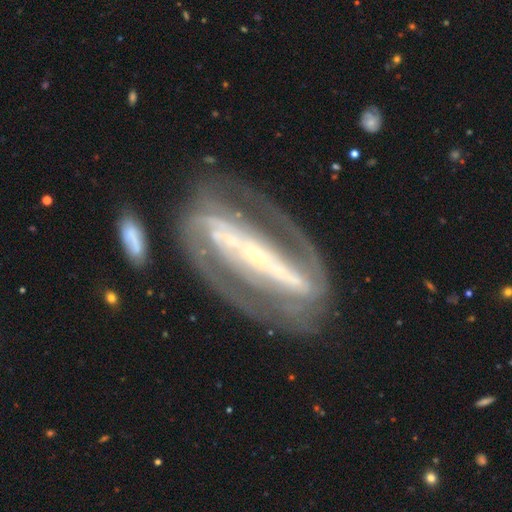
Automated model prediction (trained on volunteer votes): Smooth or featured: featured or disk — 89% (smooth — 6%)
Edge-on disk: no — 88% (yes — 12%)
Bar: strong — 85% (weak — 8%)
Spiral arms: yes — 88% (no — 12%)
Spiral winding: tight — 45% (medium — 39%)
Spiral arm count: 2 — 84% (can't tell — 8%)
Bulge size: small — 81% (moderate — 13%)
Merging: none — 74% (minor disturbance — 13%)